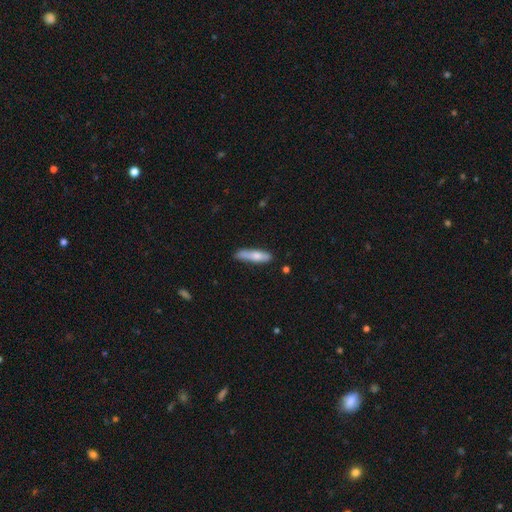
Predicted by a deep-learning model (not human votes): The model was most divided on "smooth or featured": smooth: 70%, featured or disk: 25%, star or artifact: 6%. More confident: how rounded — cigar-shaped (80%); merging — none (76%).